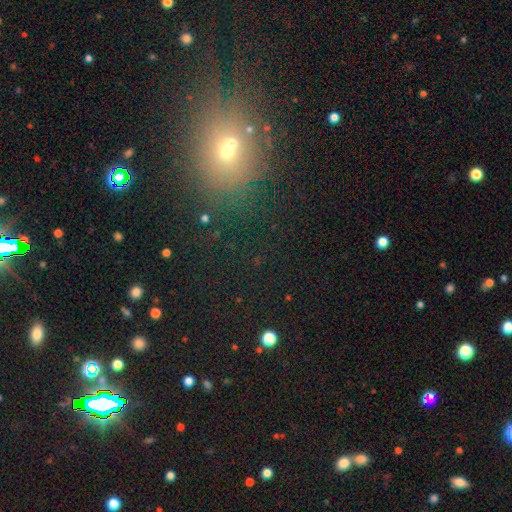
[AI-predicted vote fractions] Q: Smooth or featured?
A: star or artifact (48%); runner-up: smooth (42%)